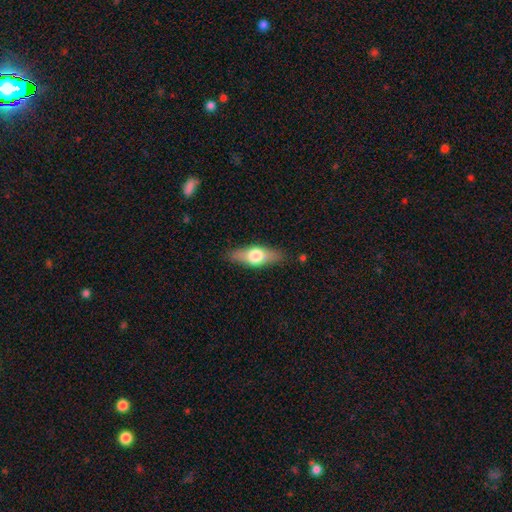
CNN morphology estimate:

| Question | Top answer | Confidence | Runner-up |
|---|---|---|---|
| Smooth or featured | smooth | 52% | featured or disk (41%) |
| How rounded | in between | 60% | cigar-shaped (36%) |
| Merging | none | 85% | minor disturbance (11%) |